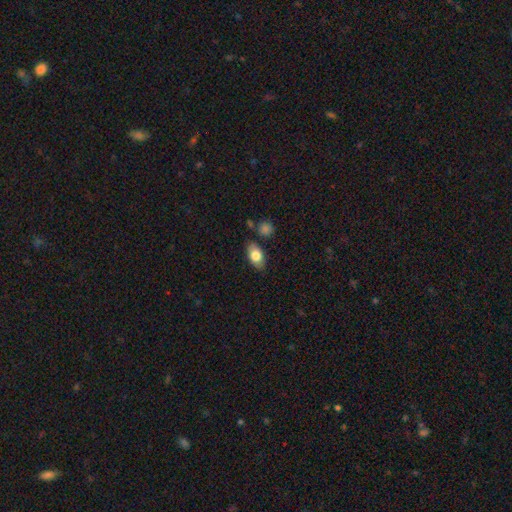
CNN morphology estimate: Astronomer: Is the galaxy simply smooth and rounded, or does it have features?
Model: smooth — 79%.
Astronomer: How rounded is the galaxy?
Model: in between — 91%.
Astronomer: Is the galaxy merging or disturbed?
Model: none — 81%.